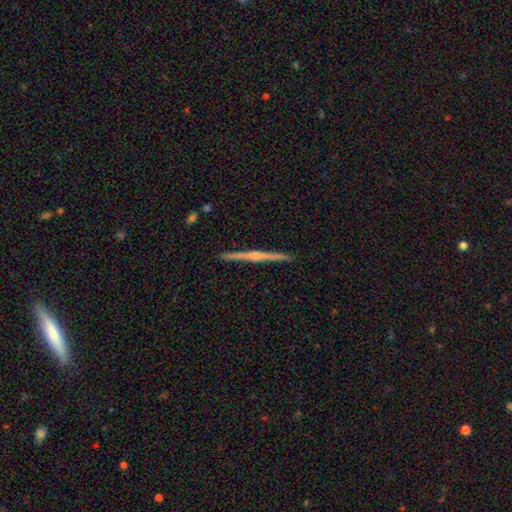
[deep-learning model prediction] Smooth or featured?
  - featured or disk: 71% *
  - smooth: 21%
  - star or artifact: 9%
Edge-on disk?
  - yes: 97% *
  - no: 3%
Edge-on bulge?
  - rounded: 59% *
  - none: 32%
  - boxy: 9%
Merging?
  - none: 90% *
  - minor disturbance: 7%
  - merger: 2%
  - major disturbance: 2%